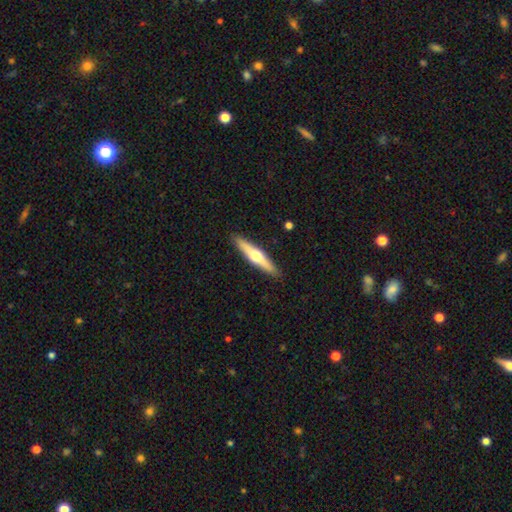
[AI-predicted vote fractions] Smooth or featured? Predicted: featured or disk (p=0.56). Edge-on disk? Predicted: yes (p=0.95). Edge-on bulge? Predicted: rounded (p=0.93). Merging? Predicted: none (p=0.91).